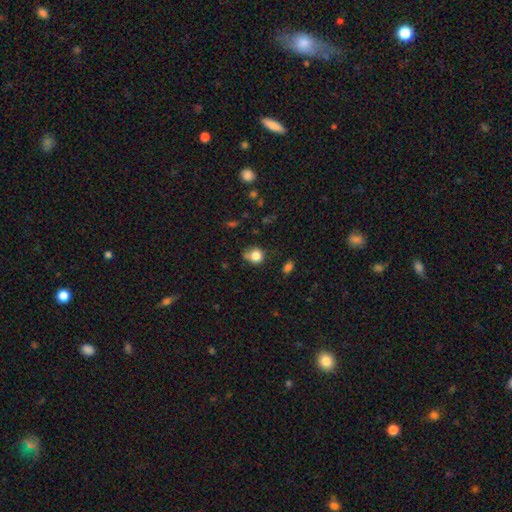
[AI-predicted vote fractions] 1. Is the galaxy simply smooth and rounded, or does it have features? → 81% smooth, 11% star or artifact, 8% featured or disk.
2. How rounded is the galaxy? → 73% round, 26% in between, 1% cigar-shaped.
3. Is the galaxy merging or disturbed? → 51% none, 33% minor disturbance, 11% major disturbance, 4% merger.